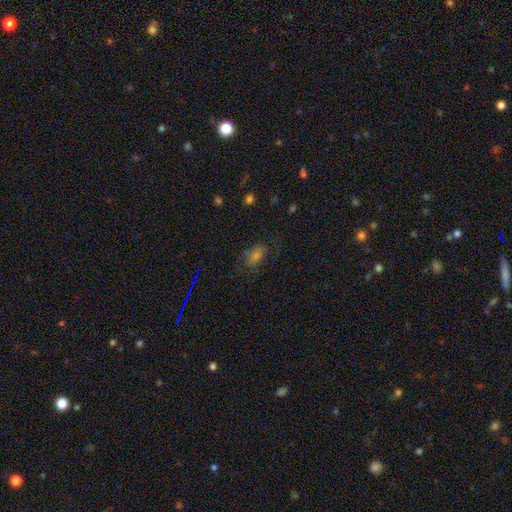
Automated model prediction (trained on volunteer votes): Smooth or featured: smooth — 57% (star or artifact — 27%)
How rounded: in between — 74% (round — 24%)
Merging: none — 66% (minor disturbance — 20%)